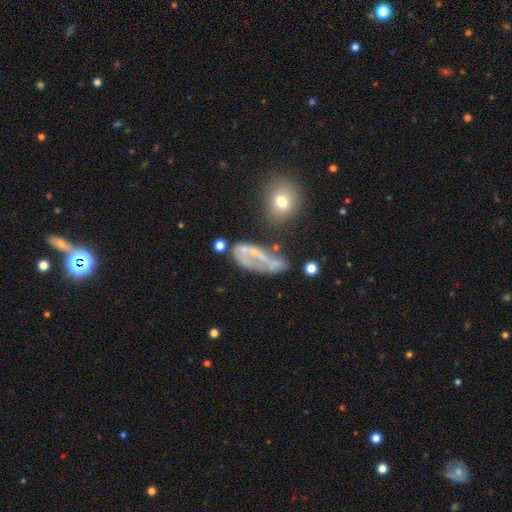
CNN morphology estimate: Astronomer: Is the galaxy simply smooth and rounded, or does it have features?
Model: featured or disk — 57%.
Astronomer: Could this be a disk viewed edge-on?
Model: no — 86%.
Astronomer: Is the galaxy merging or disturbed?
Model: none — 34% (runner-up: major disturbance, 29%).